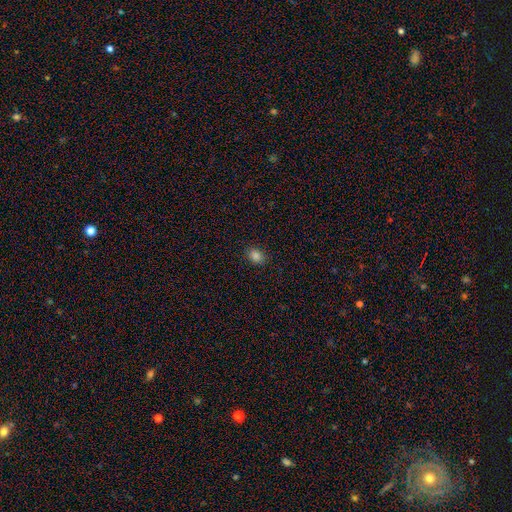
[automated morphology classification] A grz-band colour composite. It shows a smooth galaxy with no disk features (84%) that is in between round and cigar-shaped (67%). Merging: none (88%).